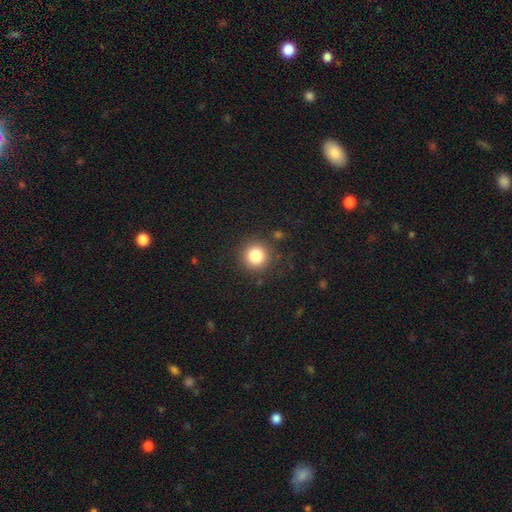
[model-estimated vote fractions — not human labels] A smooth galaxy with no disk features (82%) that is round (94%).

Vote fractions:
- Smooth or featured? smooth: 82% / star or artifact: 11% / featured or disk: 6%
- How rounded? round: 94% / in between: 5% / cigar-shaped: 1%
- Merging? none: 89% / minor disturbance: 7% / major disturbance: 3% / merger: 2%